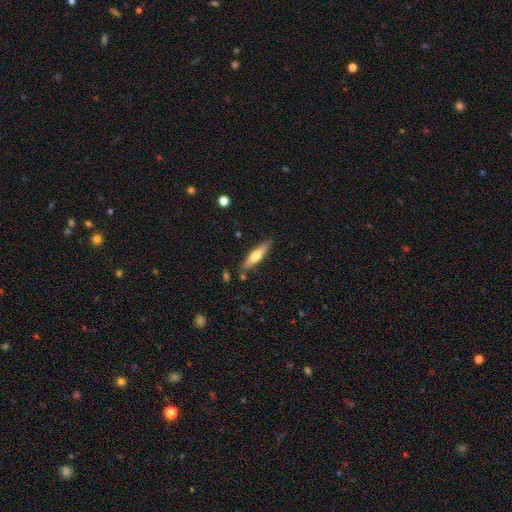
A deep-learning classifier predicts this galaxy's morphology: A smooth galaxy with no disk features (50%).

Vote fractions:
- Smooth or featured? smooth: 50% / featured or disk: 45% / star or artifact: 5%
- Merging? none: 83% / minor disturbance: 12% / merger: 3% / major disturbance: 2%